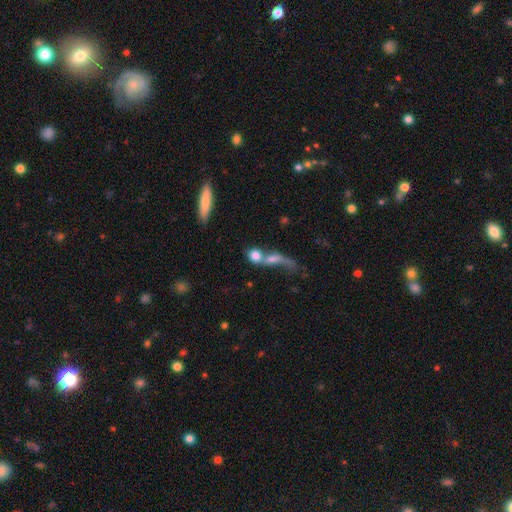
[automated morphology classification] Overall: smooth (70%). How rounded: round (59%; in between 31%). Merging: merger (61%).